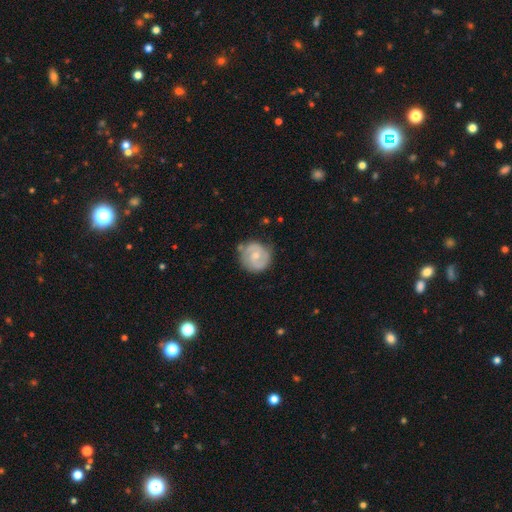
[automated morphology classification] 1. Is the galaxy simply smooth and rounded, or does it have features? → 62% featured or disk, 32% smooth, 6% star or artifact.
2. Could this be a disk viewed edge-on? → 98% no, 2% yes.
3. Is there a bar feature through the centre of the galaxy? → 62% no, 33% weak, 6% strong.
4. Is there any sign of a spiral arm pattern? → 79% yes, 21% no.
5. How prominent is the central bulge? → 55% moderate, 40% small, 2% large, 2% none, 1% dominant.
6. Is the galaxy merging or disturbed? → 69% none, 21% minor disturbance, 6% major disturbance, 4% merger.